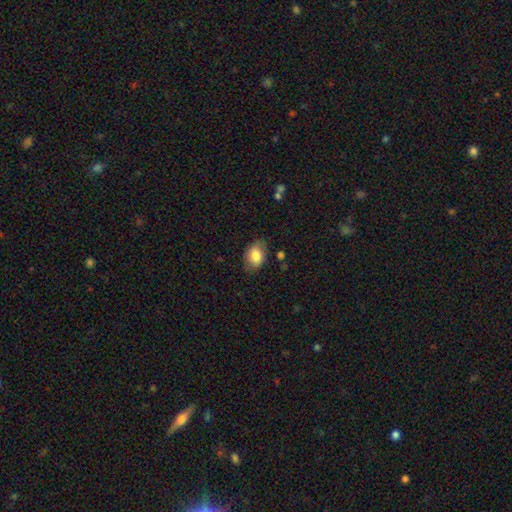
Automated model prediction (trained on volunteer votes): Q: Smooth or featured?
A: smooth (81%); runner-up: featured or disk (12%)
Q: How rounded?
A: in between (84%); runner-up: round (15%)
Q: Merging?
A: none (75%); runner-up: minor disturbance (18%)